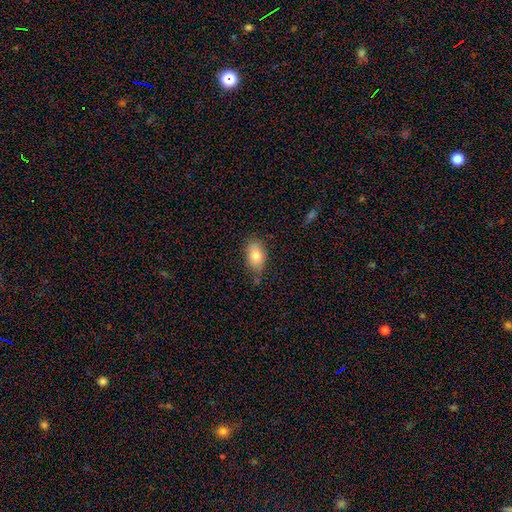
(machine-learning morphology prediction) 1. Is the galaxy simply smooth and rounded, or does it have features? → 80% smooth, 12% featured or disk, 8% star or artifact.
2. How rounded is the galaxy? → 89% in between, 9% round, 2% cigar-shaped.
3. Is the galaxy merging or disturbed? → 74% none, 20% minor disturbance, 4% major disturbance, 3% merger.